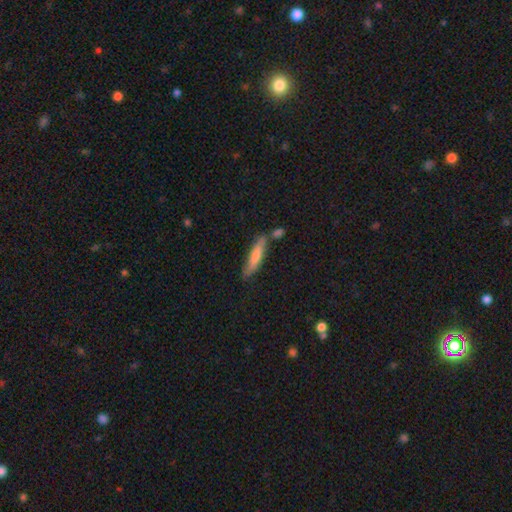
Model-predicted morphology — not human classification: Smooth or featured?
  - smooth: 65% *
  - featured or disk: 29%
  - star or artifact: 6%
How rounded?
  - cigar-shaped: 86% *
  - in between: 13%
  - round: 2%
Merging?
  - none: 67% *
  - minor disturbance: 17%
  - merger: 11%
  - major disturbance: 4%